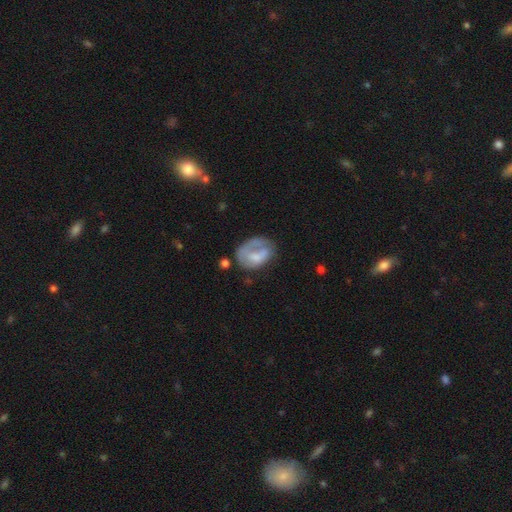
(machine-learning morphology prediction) A smooth galaxy with no disk features (52%) that is in between round and cigar-shaped (67%). Merging: none (37%).